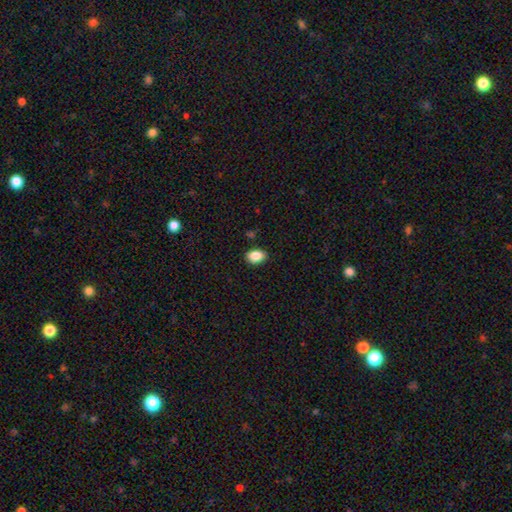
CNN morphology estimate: Q: Smooth or featured?
A: smooth (87%); runner-up: star or artifact (8%)
Q: How rounded?
A: in between (81%); runner-up: round (17%)
Q: Merging?
A: none (86%); runner-up: minor disturbance (10%)